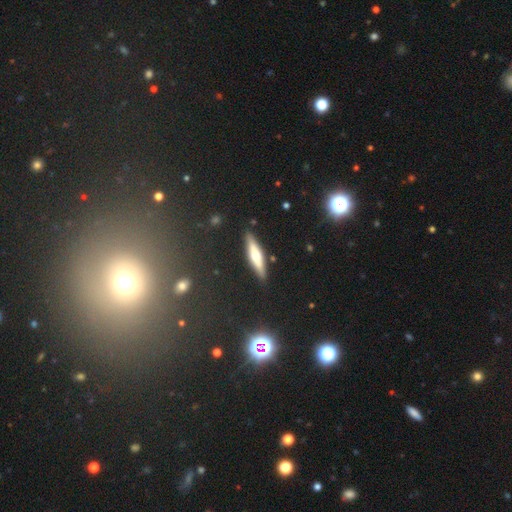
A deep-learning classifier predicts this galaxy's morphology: The model was most divided on "smooth or featured": featured or disk: 47%, smooth: 46%, star or artifact: 7%. More confident: merging — none (87%).